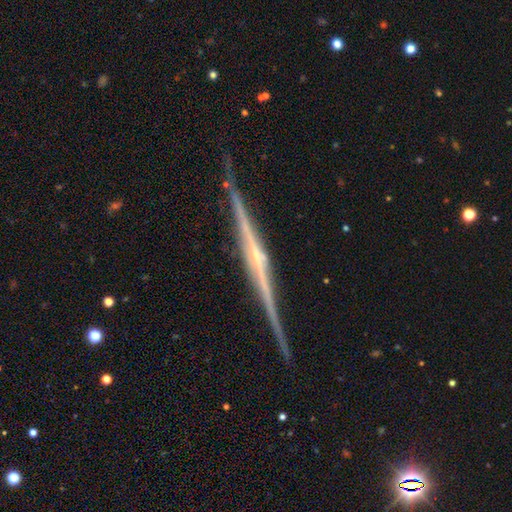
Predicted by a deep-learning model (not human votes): Overall: featured or disk (88%). Edge-on disk: yes (98%). Edge-on bulge: rounded (50%; none 35%). Merging: none (89%).